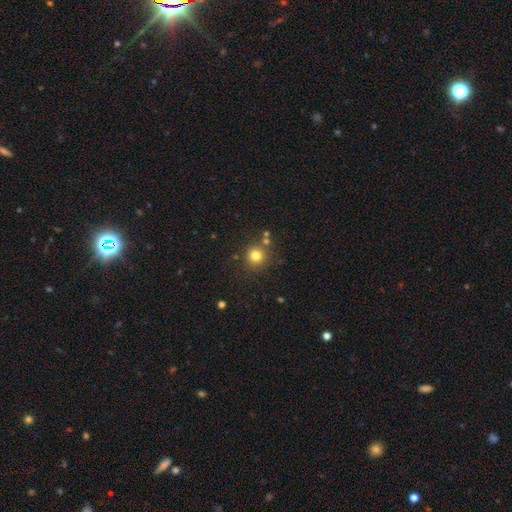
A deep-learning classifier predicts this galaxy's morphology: type=smooth (78%); roundness=round (94%); merging=none (82%).